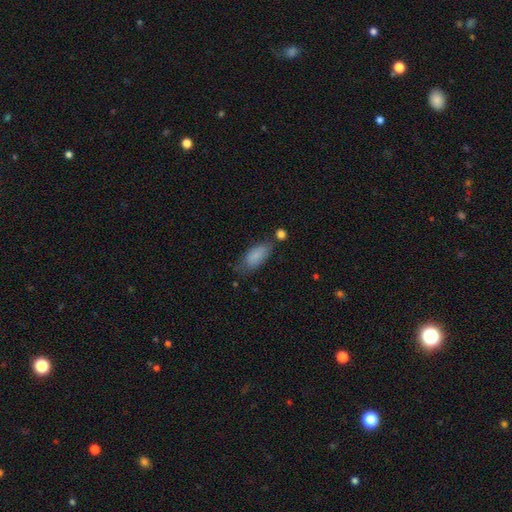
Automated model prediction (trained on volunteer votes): Morphology: type=smooth (84%); roundness=in between (85%); merging=none (57%).